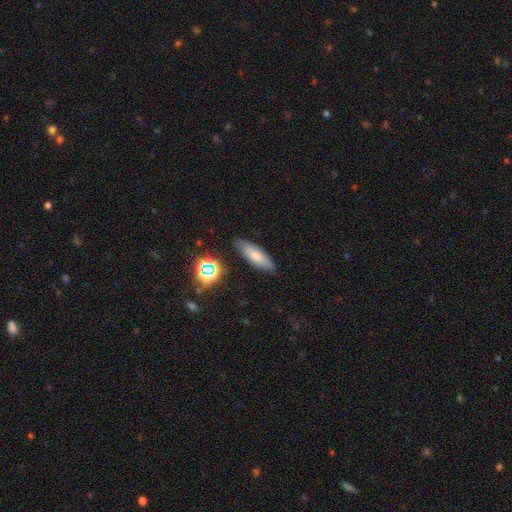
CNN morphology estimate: A smooth galaxy with no disk features (72%) that is in between round and cigar-shaped (52%). Merging: none (83%).